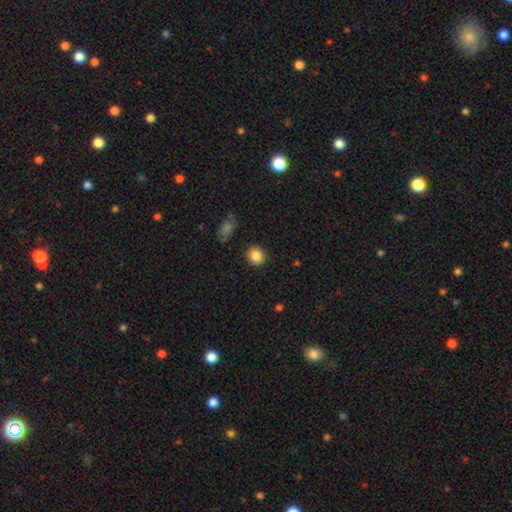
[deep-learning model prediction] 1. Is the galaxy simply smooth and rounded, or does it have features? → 86% smooth, 9% star or artifact, 5% featured or disk.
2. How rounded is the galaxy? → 80% round, 19% in between, 1% cigar-shaped.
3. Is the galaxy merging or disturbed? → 89% none, 7% minor disturbance, 2% major disturbance, 1% merger.